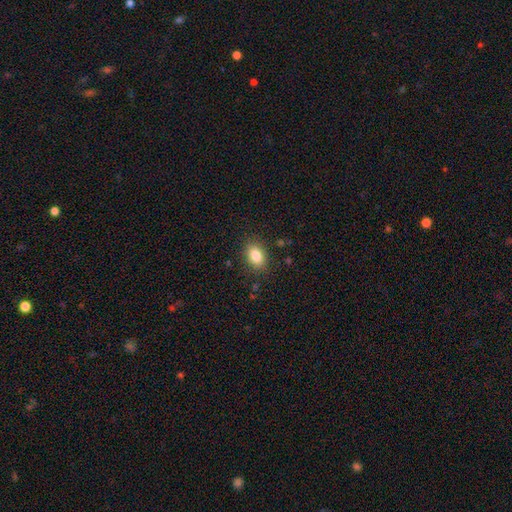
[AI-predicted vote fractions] smooth_or_featured: smooth (p=0.85) [alt: star or artifact p=0.09]
how_rounded: in between (p=0.79) [alt: round p=0.20]
merging: none (p=0.85) [alt: minor disturbance p=0.10]